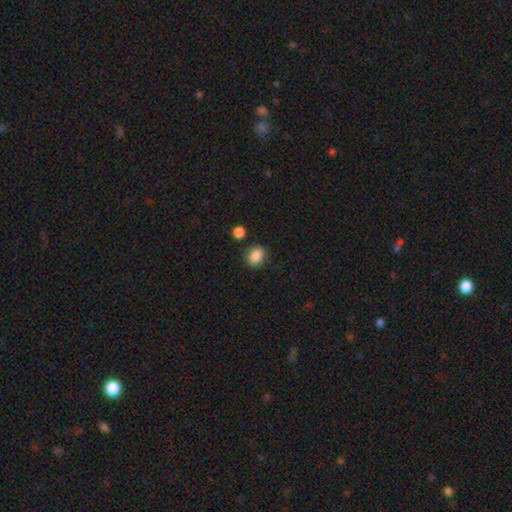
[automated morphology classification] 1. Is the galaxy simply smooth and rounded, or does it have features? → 87% smooth, 9% star or artifact, 4% featured or disk.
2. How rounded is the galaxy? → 53% in between, 46% round, 1% cigar-shaped.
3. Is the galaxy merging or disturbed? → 82% none, 11% minor disturbance, 4% merger, 3% major disturbance.